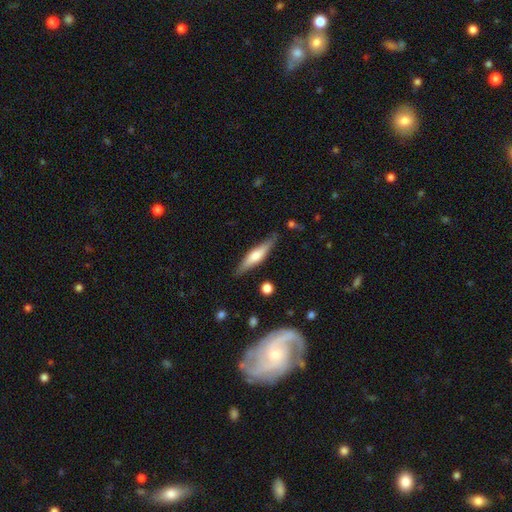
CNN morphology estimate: Smooth or featured?
  - featured or disk: 49% *
  - smooth: 45%
  - star or artifact: 6%
Merging?
  - none: 83% *
  - minor disturbance: 12%
  - major disturbance: 2%
  - merger: 2%